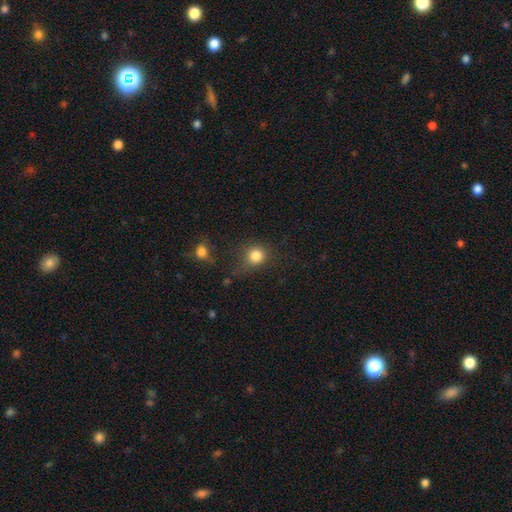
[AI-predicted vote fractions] A smooth galaxy with no disk features (83%) that is round (85%). Merging: none (64%).